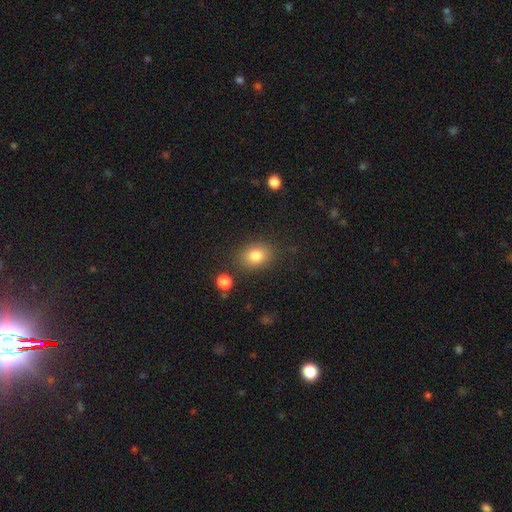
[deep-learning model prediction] Smooth or featured? smooth (82%)
How rounded? in between (59%)
Merging? none (82%)